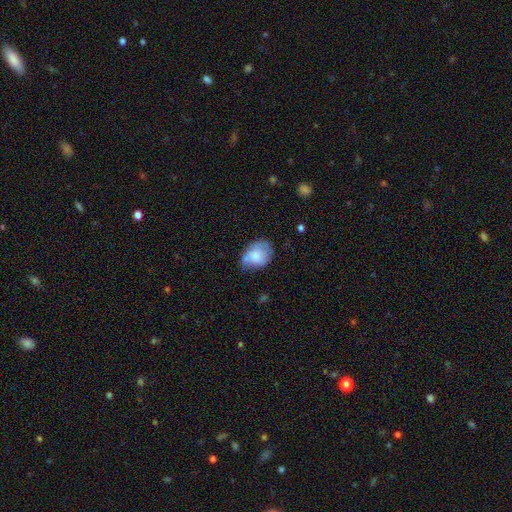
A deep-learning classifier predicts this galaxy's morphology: Q: Smooth or featured?
A: smooth (71%); runner-up: featured or disk (21%)
Q: How rounded?
A: in between (69%); runner-up: round (30%)
Q: Merging?
A: none (43%); runner-up: minor disturbance (38%)